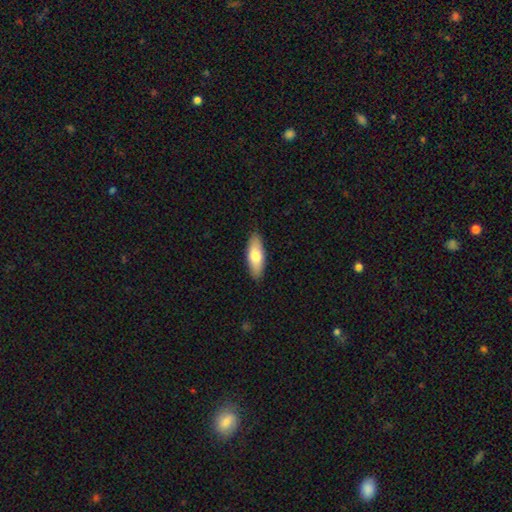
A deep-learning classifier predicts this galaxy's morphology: smooth 74%, featured or disk 21%, star or artifact 5%. Down the decision tree: how rounded — in between (67%); merging — none (89%).